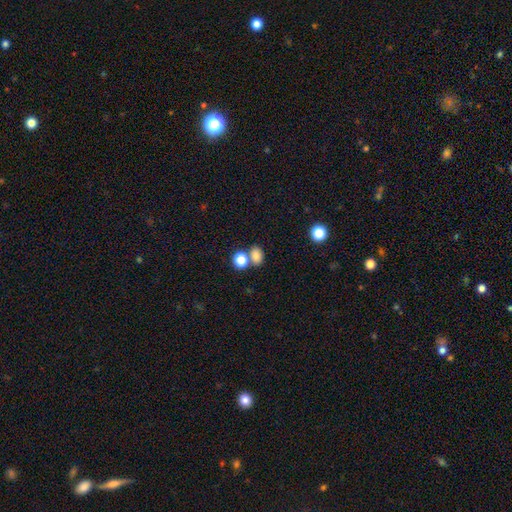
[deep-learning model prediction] Overall: smooth (81%). How rounded: in between (63%; round 36%). Merging: none (55%; merger 31%).